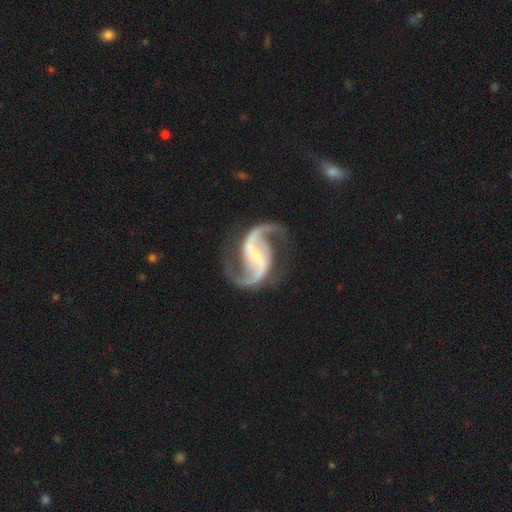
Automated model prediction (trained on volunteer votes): Morphology: type=featured or disk (94%); edge-on=no (98%); bar=strong (43%); spiral arms=yes (98%); winding=loose (49%); arm count=2 (95%); bulge=small (49%); merging=none (79%).